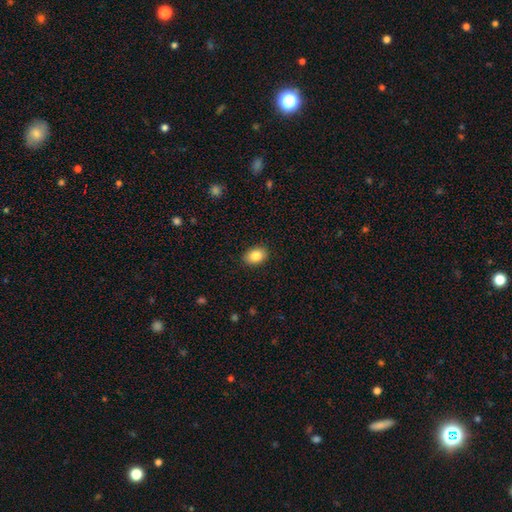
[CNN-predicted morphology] Q: Smooth or featured?
A: smooth (86%); runner-up: star or artifact (8%)
Q: How rounded?
A: in between (83%); runner-up: round (16%)
Q: Merging?
A: none (89%); runner-up: minor disturbance (8%)